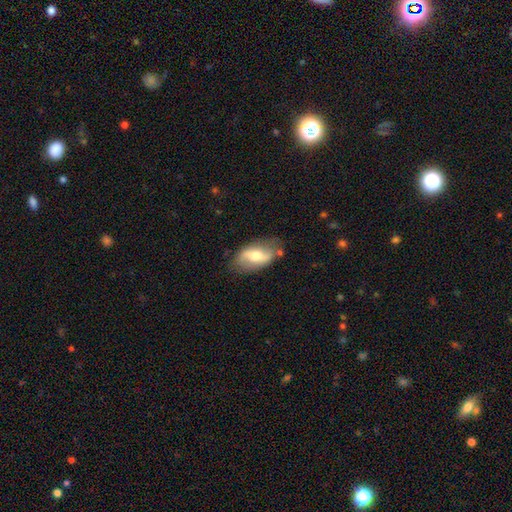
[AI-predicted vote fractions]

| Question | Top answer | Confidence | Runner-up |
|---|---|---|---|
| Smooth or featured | featured or disk | 56% | smooth (38%) |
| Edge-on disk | no | 90% | yes (10%) |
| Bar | weak | 39% | strong (32%) |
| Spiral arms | yes | 73% | no (27%) |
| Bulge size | moderate | 62% | small (21%) |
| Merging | none | 69% | minor disturbance (21%) |